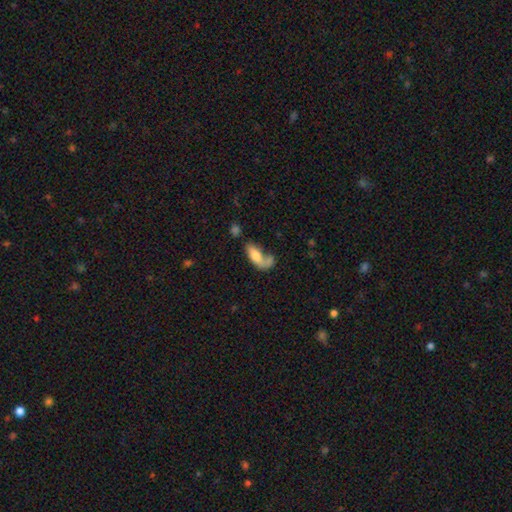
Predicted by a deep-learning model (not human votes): A smooth galaxy with no disk features (66%) that is in between round and cigar-shaped (77%).

Vote fractions:
- Smooth or featured? smooth: 66% / featured or disk: 27% / star or artifact: 8%
- How rounded? in between: 77% / cigar-shaped: 18% / round: 5%
- Merging? merger: 31% / none: 28% / major disturbance: 25% / minor disturbance: 15%